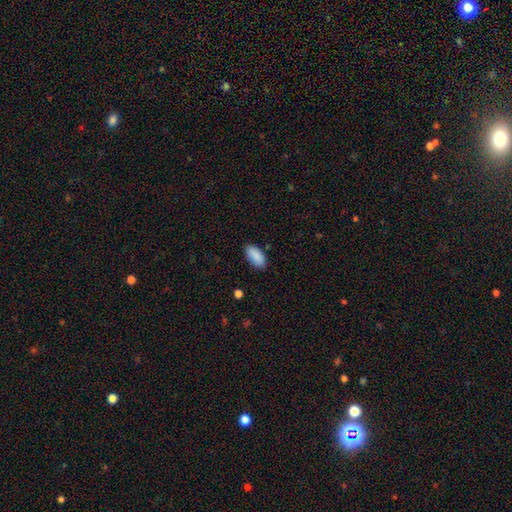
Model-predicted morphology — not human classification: Smooth or featured?
  - smooth: 90% *
  - star or artifact: 7%
  - featured or disk: 3%
How rounded?
  - in between: 91% *
  - cigar-shaped: 7%
  - round: 2%
Merging?
  - none: 85% *
  - minor disturbance: 11%
  - major disturbance: 2%
  - merger: 1%